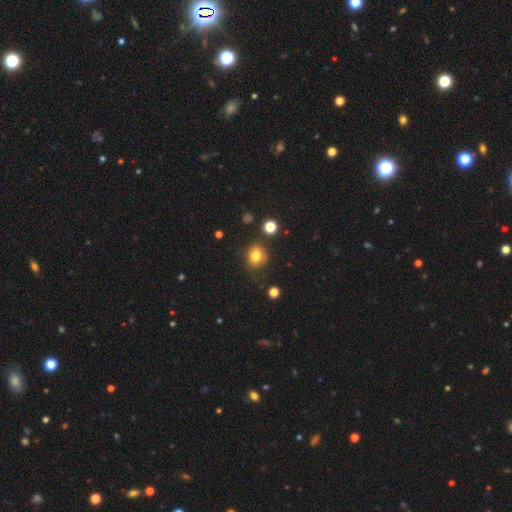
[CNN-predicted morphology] Overall: smooth (78%). How rounded: round (66%; in between 34%). Merging: none (70%).